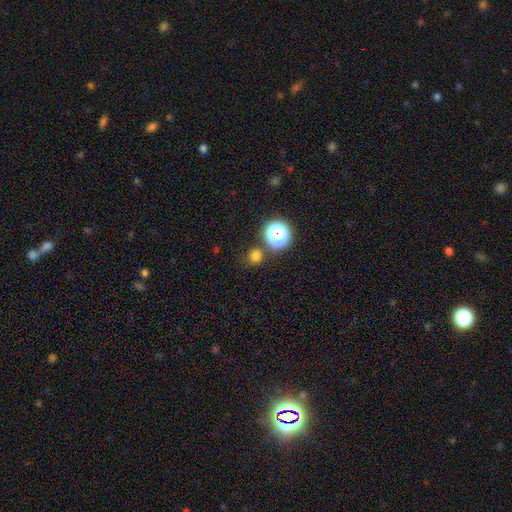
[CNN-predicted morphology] smooth-or-featured: smooth: 72% | star or artifact: 22% | featured or disk: 6%
  how-rounded: round: 87% | in between: 12% | cigar-shaped: 1%
  merging: none: 77% | merger: 11% | minor disturbance: 9% | major disturbance: 4%